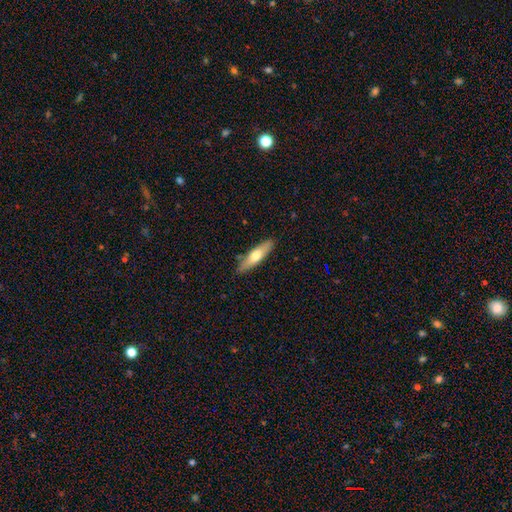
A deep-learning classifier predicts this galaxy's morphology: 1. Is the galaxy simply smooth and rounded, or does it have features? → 60% smooth, 35% featured or disk, 6% star or artifact.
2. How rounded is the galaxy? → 66% cigar-shaped, 32% in between, 2% round.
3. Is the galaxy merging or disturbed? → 86% none, 11% minor disturbance, 2% major disturbance, 2% merger.